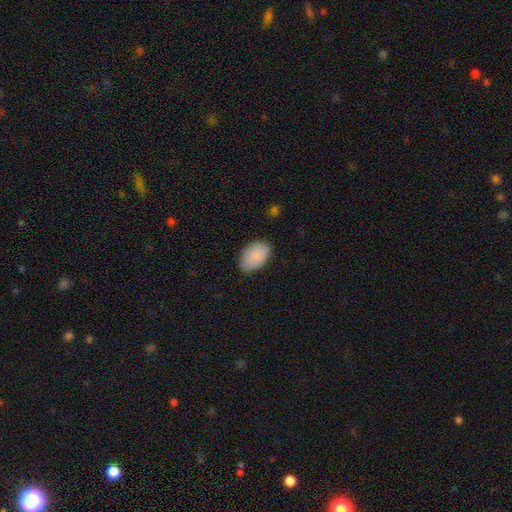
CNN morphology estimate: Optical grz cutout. It shows a smooth galaxy with no disk features (88%) that is in between round and cigar-shaped (92%). Merging: none (77%).